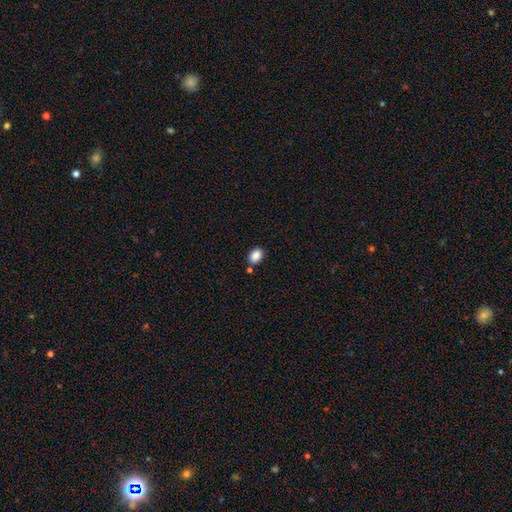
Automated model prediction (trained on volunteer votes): A smooth galaxy with no disk features (88%) that is in between round and cigar-shaped (75%). Merging: none (79%).